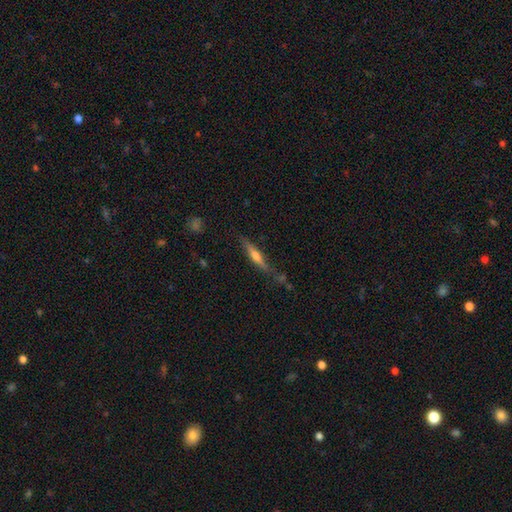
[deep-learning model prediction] smooth_or_featured: featured or disk (p=0.60) [alt: smooth p=0.33]
disk_edge_on: yes (p=0.95) [alt: no p=0.05]
edge_on_bulge: rounded (p=0.79) [alt: none p=0.12]
merging: none (p=0.74) [alt: minor disturbance p=0.17]